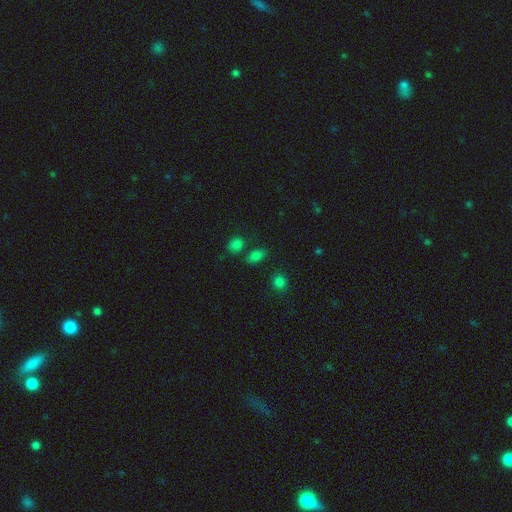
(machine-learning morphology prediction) Overall: smooth (77%). How rounded: in between (81%). Merging: none (72%).